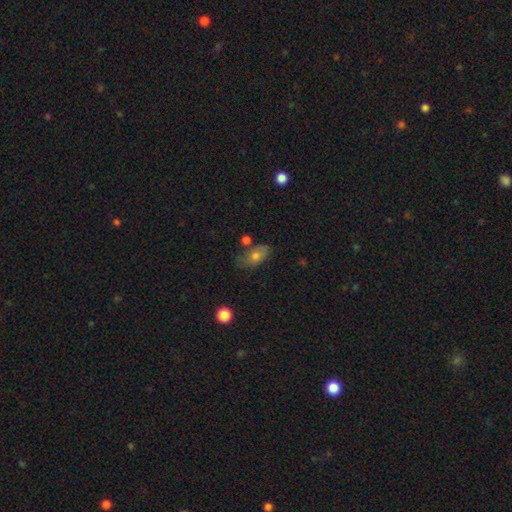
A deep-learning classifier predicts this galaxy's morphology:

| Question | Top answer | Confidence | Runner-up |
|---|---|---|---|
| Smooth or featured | smooth | 67% | featured or disk (23%) |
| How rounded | in between | 85% | round (9%) |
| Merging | none | 65% | minor disturbance (21%) |